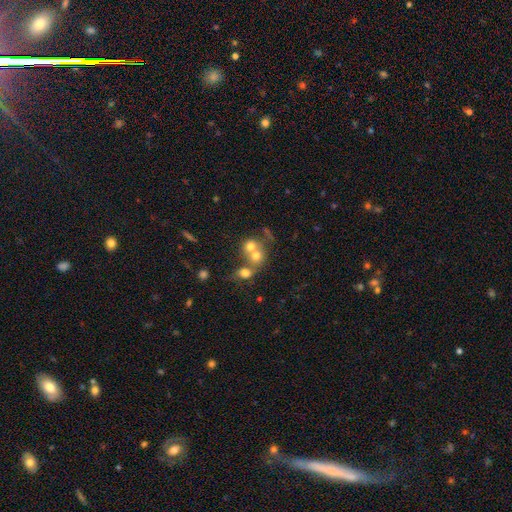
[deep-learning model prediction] smooth 68%, featured or disk 18%, star or artifact 13%. Down the decision tree: how rounded — round (76%); merging — merger (58%).